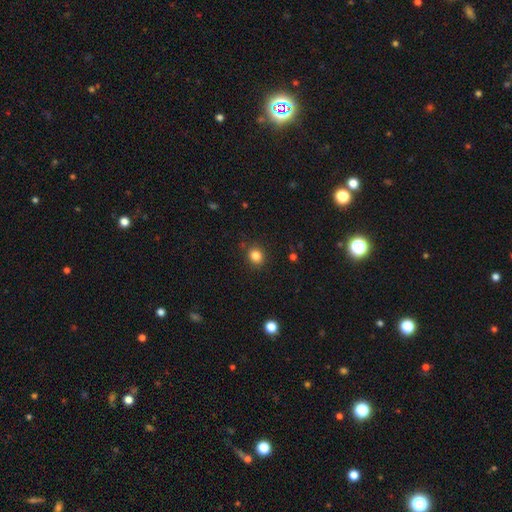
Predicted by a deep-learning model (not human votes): smooth-or-featured: smooth: 83% | star or artifact: 12% | featured or disk: 5%
  how-rounded: round: 73% | in between: 26% | cigar-shaped: 1%
  merging: none: 86% | minor disturbance: 10% | major disturbance: 3% | merger: 2%